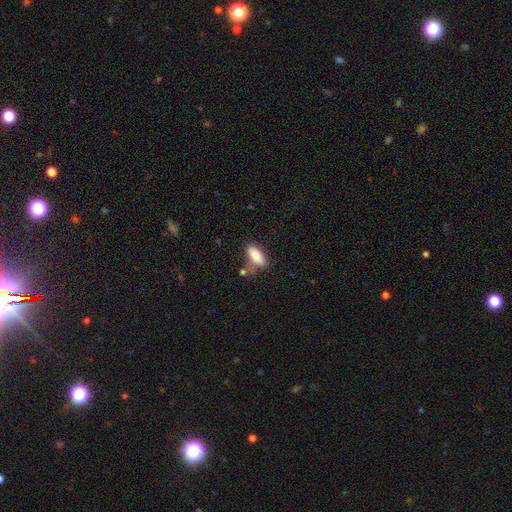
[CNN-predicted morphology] A smooth galaxy with no disk features (85%) that is in between round and cigar-shaped (85%).

Vote fractions:
- Smooth or featured? smooth: 85% / featured or disk: 8% / star or artifact: 7%
- How rounded? in between: 85% / cigar-shaped: 12% / round: 3%
- Merging? none: 62% / minor disturbance: 20% / merger: 12% / major disturbance: 6%